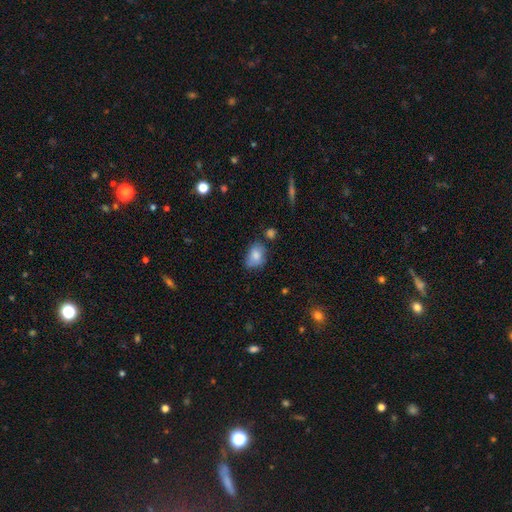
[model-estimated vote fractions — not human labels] Smooth or featured?
  - smooth: 80% *
  - featured or disk: 11%
  - star or artifact: 8%
How rounded?
  - in between: 78% *
  - round: 21%
  - cigar-shaped: 1%
Merging?
  - none: 55% *
  - minor disturbance: 30%
  - major disturbance: 8%
  - merger: 7%